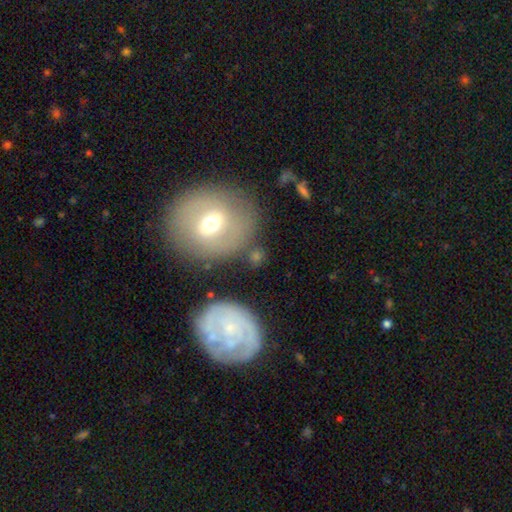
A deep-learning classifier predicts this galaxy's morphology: A smooth galaxy with no disk features (52%) that is round (54%). Merging: none (64%).